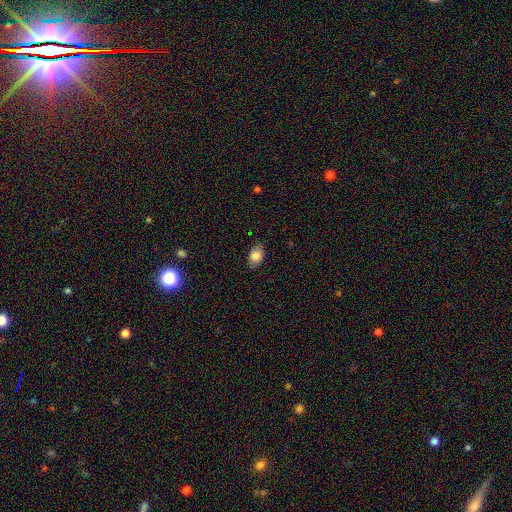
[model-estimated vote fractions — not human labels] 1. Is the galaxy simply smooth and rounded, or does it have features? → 83% smooth, 9% featured or disk, 9% star or artifact.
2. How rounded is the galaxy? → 83% in between, 15% round, 2% cigar-shaped.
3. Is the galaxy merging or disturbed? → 81% none, 15% minor disturbance, 3% major disturbance, 1% merger.